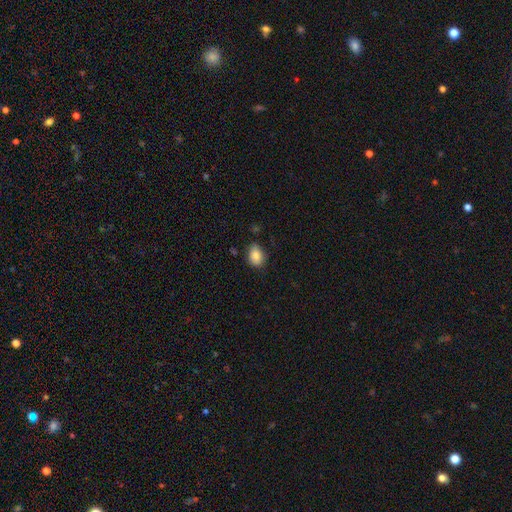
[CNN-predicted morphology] type=smooth (84%); roundness=in between (75%); merging=none (75%).